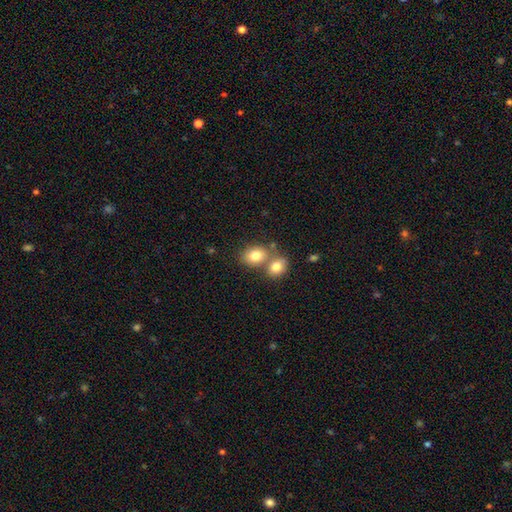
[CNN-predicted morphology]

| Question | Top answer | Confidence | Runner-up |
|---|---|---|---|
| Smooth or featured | smooth | 80% | featured or disk (11%) |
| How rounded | in between | 64% | round (35%) |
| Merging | merger | 45% | none (43%) |